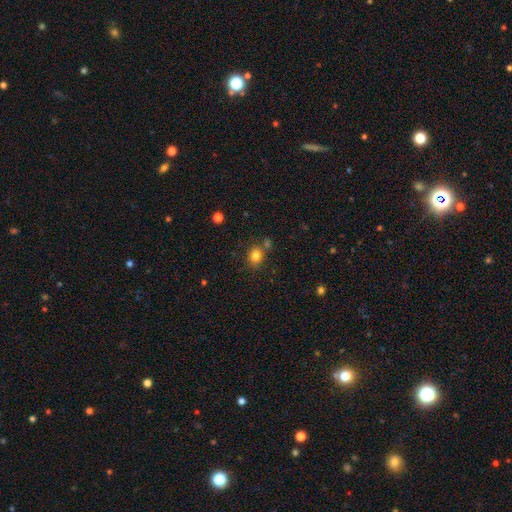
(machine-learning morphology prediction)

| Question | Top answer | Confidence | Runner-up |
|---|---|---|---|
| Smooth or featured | smooth | 82% | star or artifact (12%) |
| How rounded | round | 57% | in between (42%) |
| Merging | none | 70% | merger (13%) |